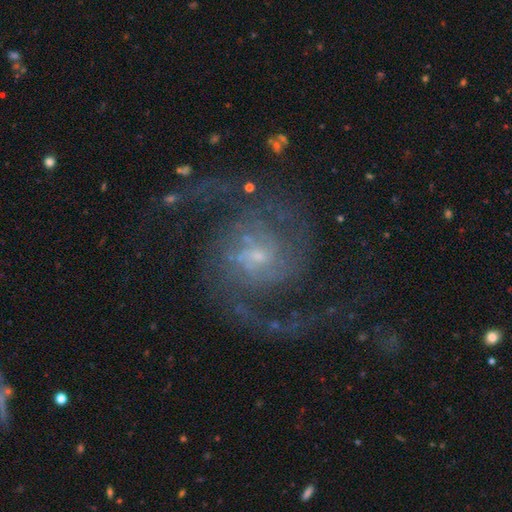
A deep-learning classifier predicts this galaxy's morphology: The model was most divided on "bar": no: 47%, weak: 43%, strong: 10%. More confident: edge-on disk — no (98%); spiral arms — yes (98%); smooth or featured — featured or disk (90%); spiral arm count — 2 (79%); bulge size — small (71%); merging — none (68%); spiral winding — medium (52%).